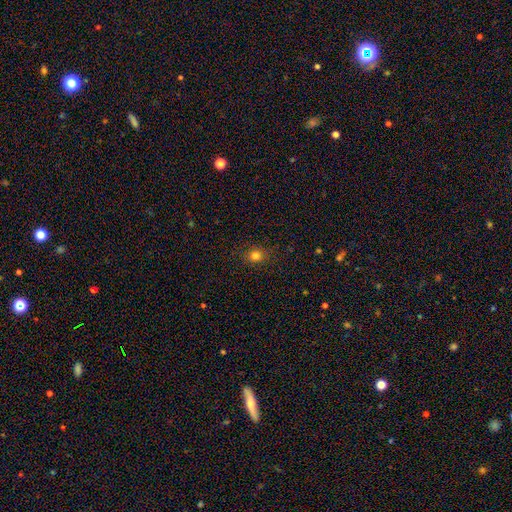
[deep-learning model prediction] Smooth or featured: smooth — 79% (star or artifact — 15%)
How rounded: round — 68% (in between — 31%)
Merging: none — 86% (minor disturbance — 10%)